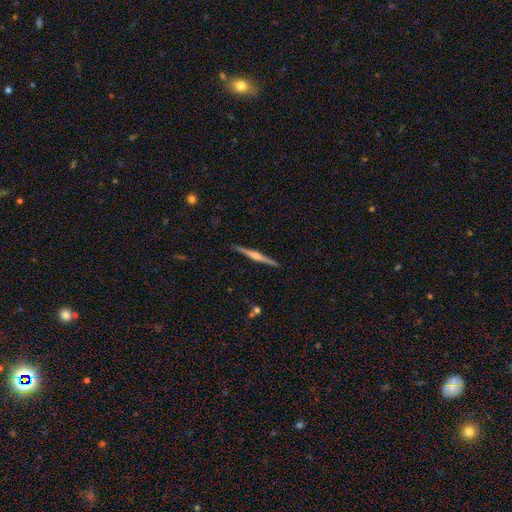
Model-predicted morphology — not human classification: This is likely a featured or disk galaxy (75%). It is clearly viewed edge-on (99%). Edge-on bulge: likely rounded (76%). Merging: clearly none (92%).